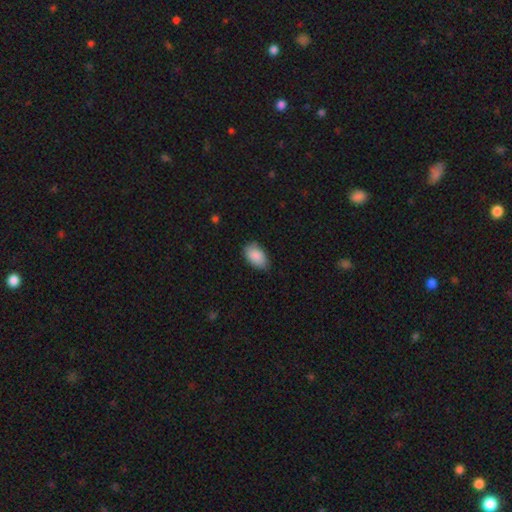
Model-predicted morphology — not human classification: Smooth or featured? Predicted: smooth (p=0.89). How rounded? Predicted: in between (p=0.93). Merging? Predicted: none (p=0.76).